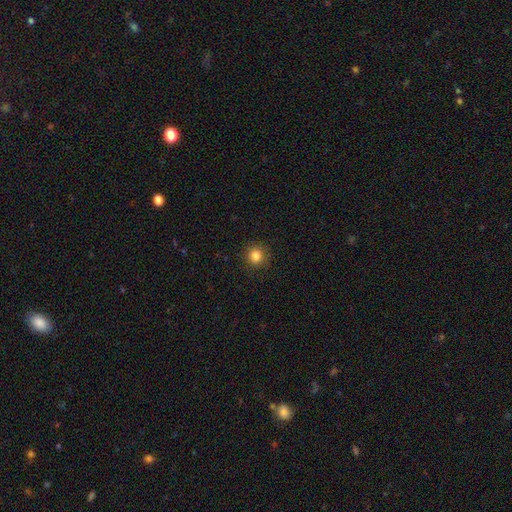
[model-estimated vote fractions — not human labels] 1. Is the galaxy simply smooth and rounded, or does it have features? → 84% smooth, 12% star or artifact, 5% featured or disk.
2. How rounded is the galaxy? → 91% round, 8% in between, 1% cigar-shaped.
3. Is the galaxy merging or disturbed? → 90% none, 7% minor disturbance, 2% major disturbance, 1% merger.